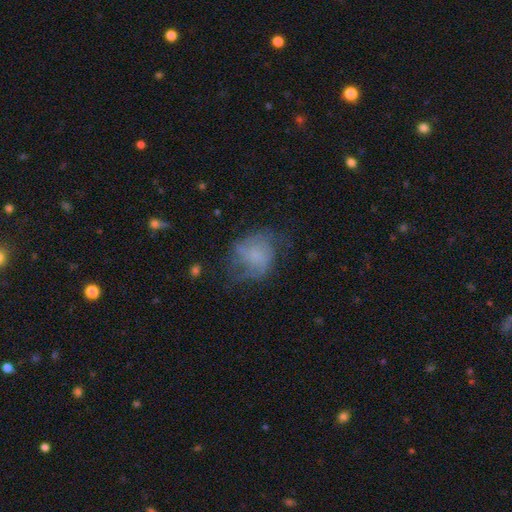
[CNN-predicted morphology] Smooth or featured? Predicted: featured or disk (p=0.46). Merging? Predicted: none (p=0.45).